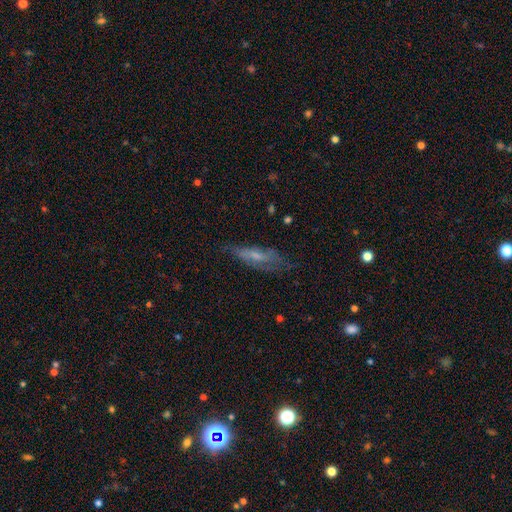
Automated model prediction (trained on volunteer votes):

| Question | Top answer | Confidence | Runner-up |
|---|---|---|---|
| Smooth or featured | featured or disk | 49% | smooth (42%) |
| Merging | none | 55% | minor disturbance (27%) |